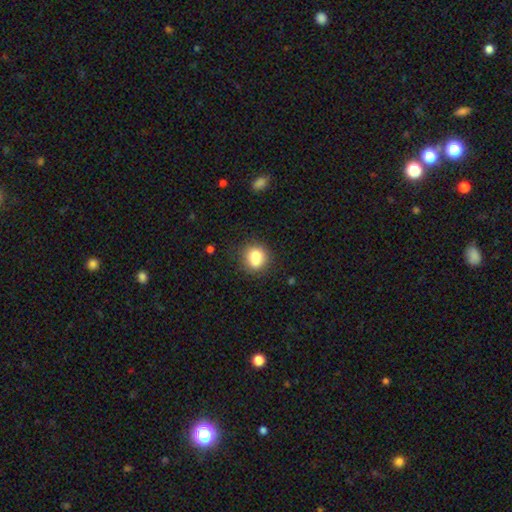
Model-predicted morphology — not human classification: This appears to be a smooth galaxy with no disk features (75%) that is round (74%). Merging: none (58%).